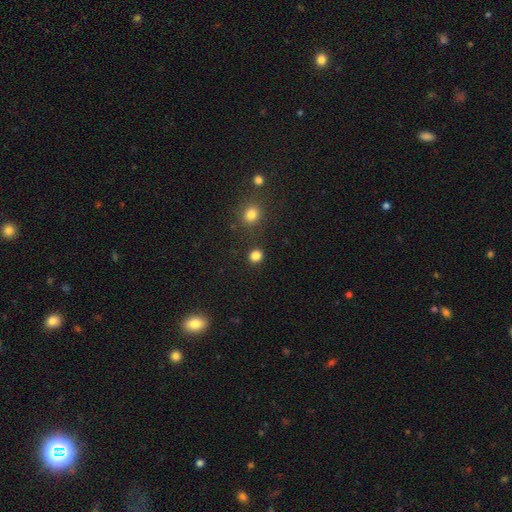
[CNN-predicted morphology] A smooth galaxy with no disk features (82%) that is round (83%). Merging: none (86%).